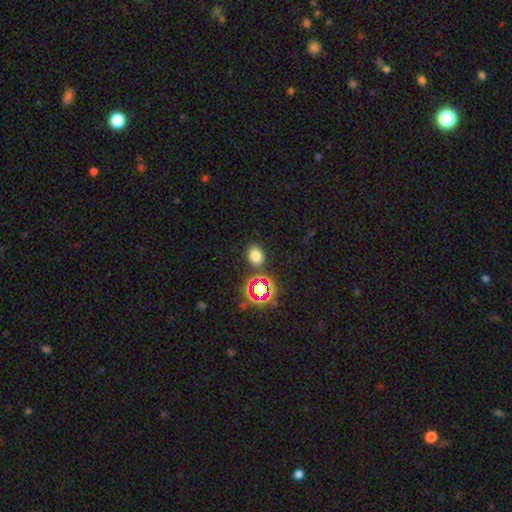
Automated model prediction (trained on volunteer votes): Q: Smooth or featured?
A: smooth (71%); runner-up: star or artifact (22%)
Q: How rounded?
A: in between (57%); runner-up: round (42%)
Q: Merging?
A: none (82%); runner-up: minor disturbance (10%)